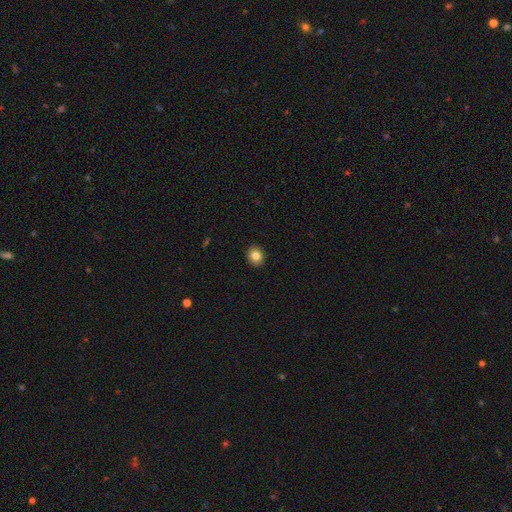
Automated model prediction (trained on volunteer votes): Overall: smooth (83%). How rounded: round (71%). Merging: none (91%).